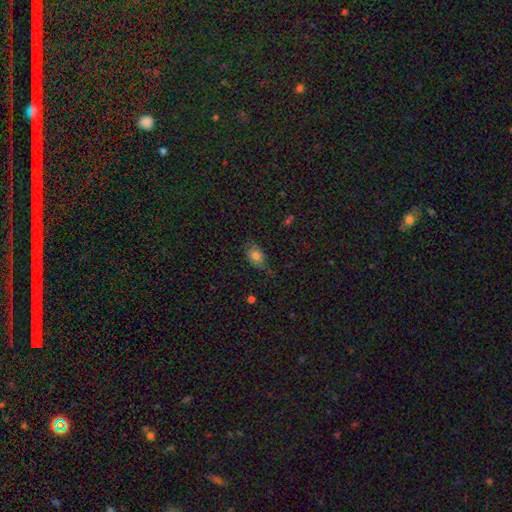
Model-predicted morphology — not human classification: smooth 78%, star or artifact 12%, featured or disk 10%. Down the decision tree: how rounded — in between (73%); merging — none (69%).